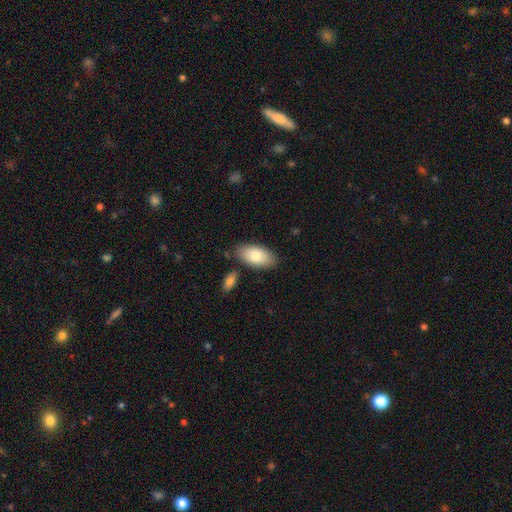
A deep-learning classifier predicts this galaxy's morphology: Overall: smooth (82%). How rounded: in between (94%). Merging: none (80%).